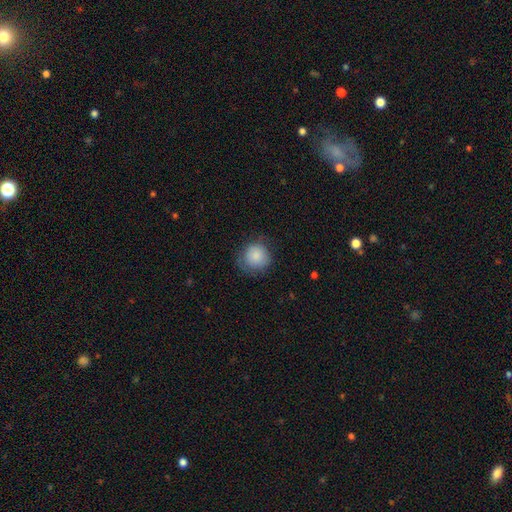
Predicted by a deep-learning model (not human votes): This is clearly a smooth galaxy (85%). How rounded: clearly round (89%). Merging: likely none (70%).